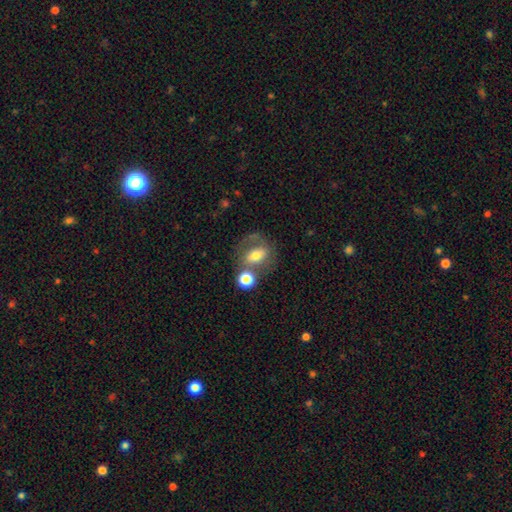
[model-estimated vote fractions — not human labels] Smooth or featured?
  - smooth: 53% *
  - featured or disk: 35%
  - star or artifact: 11%
How rounded?
  - in between: 59% *
  - round: 38%
  - cigar-shaped: 2%
Merging?
  - none: 45% *
  - merger: 28%
  - minor disturbance: 16%
  - major disturbance: 12%